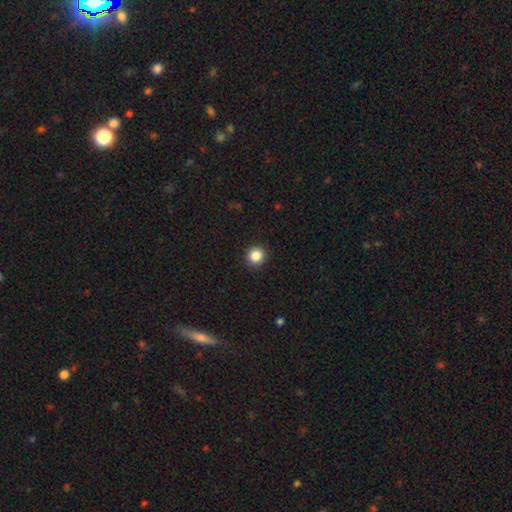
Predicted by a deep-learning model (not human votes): The model was most divided on "smooth or featured": smooth: 86%, star or artifact: 11%, featured or disk: 3%. More confident: how rounded — round (94%); merging — none (93%).